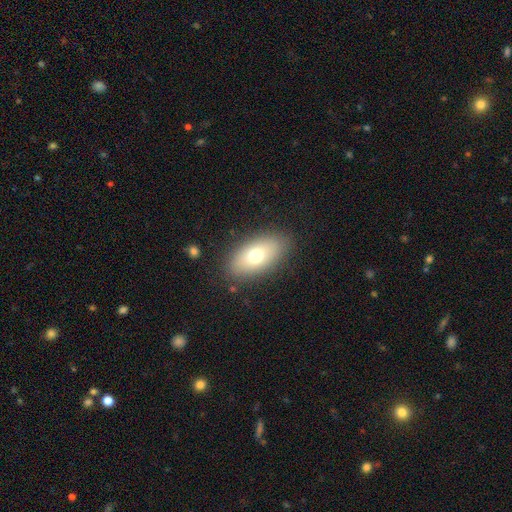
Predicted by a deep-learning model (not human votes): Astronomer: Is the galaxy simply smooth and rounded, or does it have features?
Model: smooth — 71%.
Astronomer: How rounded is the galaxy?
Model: in between — 90%.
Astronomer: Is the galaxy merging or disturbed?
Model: none — 84%.